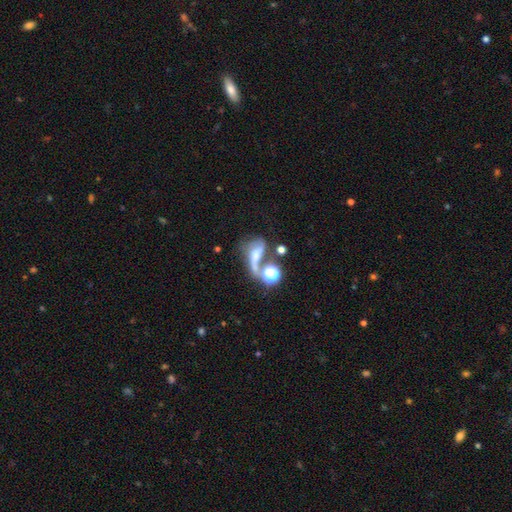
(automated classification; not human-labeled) This appears to be a featured or disk galaxy (43%). Merging: merger (39%).